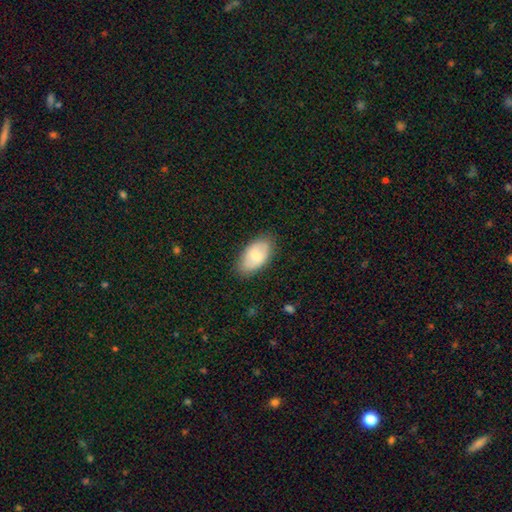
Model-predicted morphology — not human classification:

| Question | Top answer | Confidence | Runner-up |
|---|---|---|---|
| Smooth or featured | smooth | 68% | featured or disk (25%) |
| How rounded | in between | 94% | round (5%) |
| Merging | none | 81% | minor disturbance (15%) |